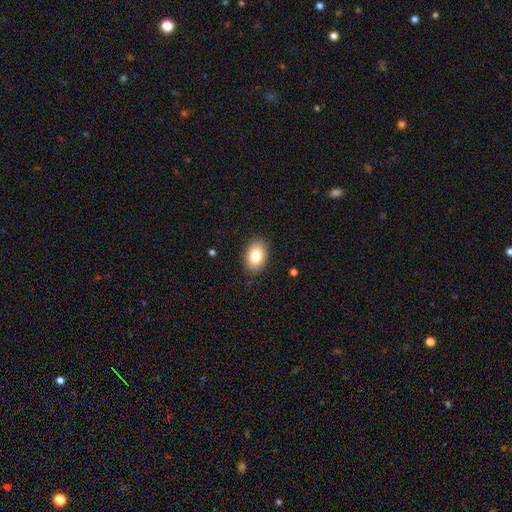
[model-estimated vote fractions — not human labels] A smooth galaxy with no disk features (83%) that is in between round and cigar-shaped (87%). Merging: none (88%).